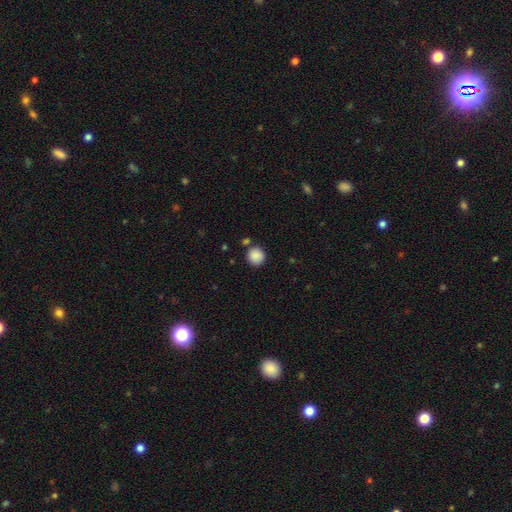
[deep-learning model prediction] smooth_or_featured: smooth (p=0.88) [alt: star or artifact p=0.09]
how_rounded: round (p=0.92) [alt: in between p=0.07]
merging: none (p=0.81) [alt: minor disturbance p=0.09]